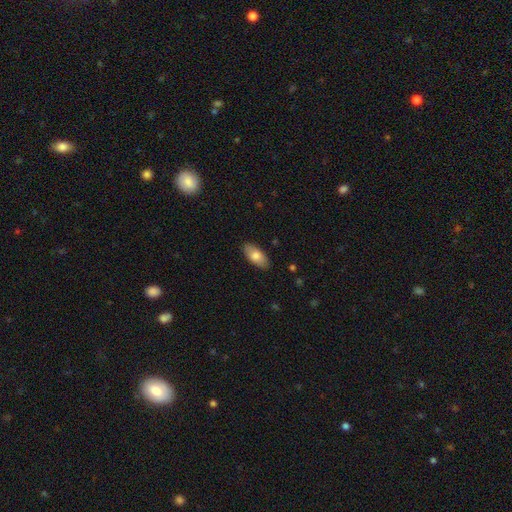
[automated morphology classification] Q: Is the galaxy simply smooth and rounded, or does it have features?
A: smooth — 80%.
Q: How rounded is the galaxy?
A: in between — 90%.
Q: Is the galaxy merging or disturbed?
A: none — 87%.